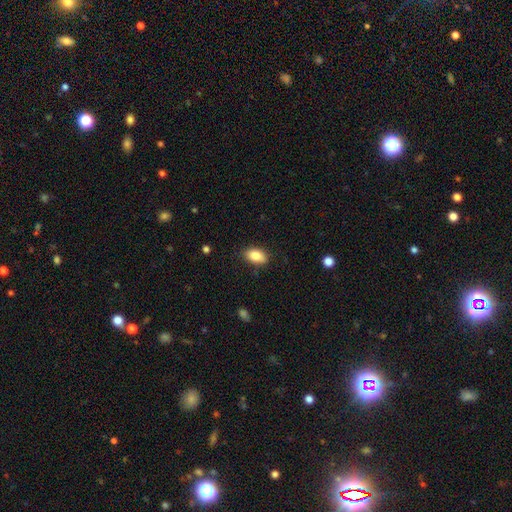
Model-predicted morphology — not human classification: Smooth or featured? smooth (85%)
How rounded? in between (91%)
Merging? none (83%)